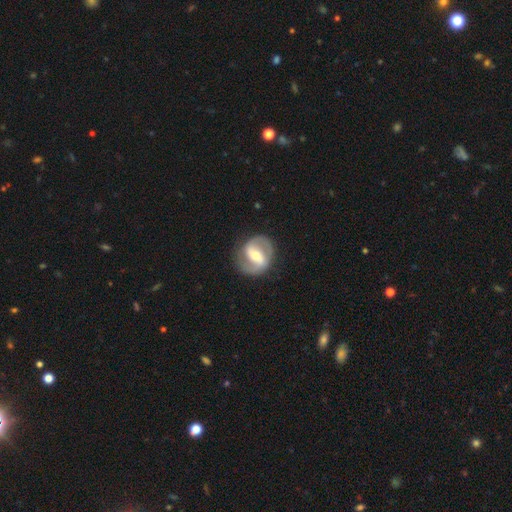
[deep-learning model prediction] A featured or disk galaxy (82%) with a strong bar (51%), 2 (90%) medium (52%) spiral arms (90%) and a moderate central bulge (58%).

Vote fractions:
- Smooth or featured? featured or disk: 82% / smooth: 13% / star or artifact: 5%
- Edge-on disk? no: 97% / yes: 3%
- Bar? strong: 51% / weak: 36% / no: 13%
- Spiral arms? yes: 90% / no: 10%
- Spiral winding? medium: 52% / tight: 27% / loose: 22%
- Spiral arm count? 2: 90% / can't tell: 4% / 1: 3% / 3: 1% / 4: 1% / more than 4: 1%
- Bulge size? moderate: 58% / small: 34% / large: 5% / none: 1% / dominant: 1%
- Merging? none: 83% / minor disturbance: 11% / major disturbance: 5% / merger: 1%